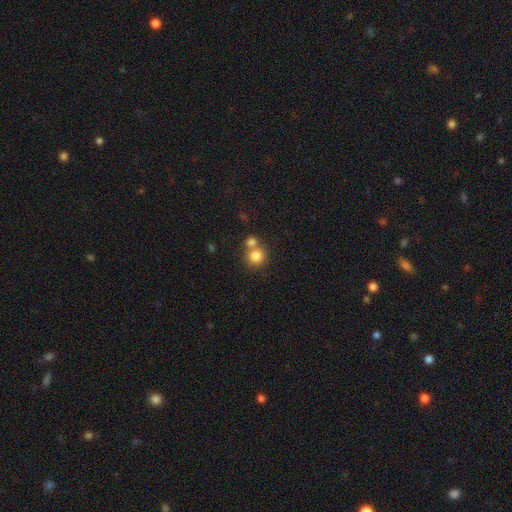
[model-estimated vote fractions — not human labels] The model was most divided on "merging": none: 52%, merger: 38%, minor disturbance: 7%, major disturbance: 3%. More confident: how rounded — round (88%); smooth or featured — smooth (82%).